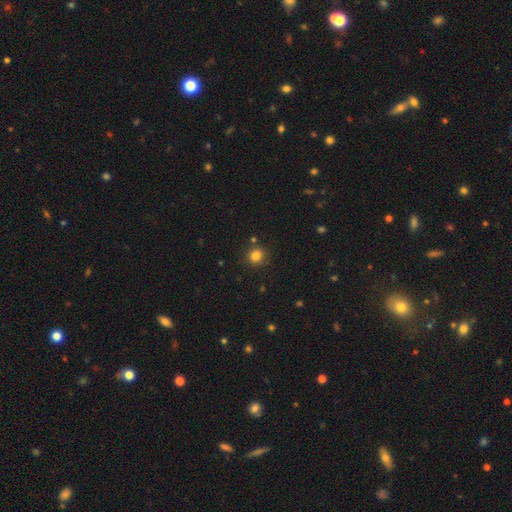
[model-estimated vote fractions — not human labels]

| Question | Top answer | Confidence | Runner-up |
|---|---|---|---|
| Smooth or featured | smooth | 83% | star or artifact (13%) |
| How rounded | round | 86% | in between (13%) |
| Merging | none | 85% | minor disturbance (9%) |